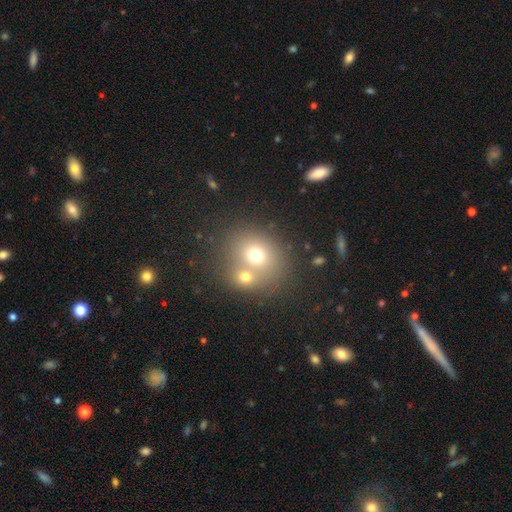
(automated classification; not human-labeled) This appears to be a smooth galaxy with no disk features (68%) that is round (71%). Merging: merger (47%).